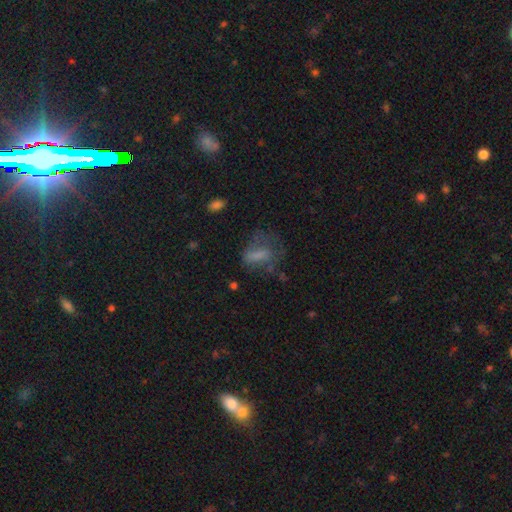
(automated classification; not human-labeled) This is likely a smooth galaxy (61%). How rounded: likely in between (73%). Merging: marginally major disturbance (38%).